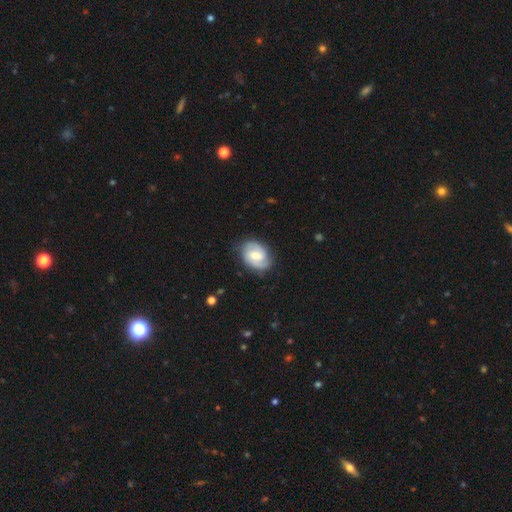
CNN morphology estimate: The model was most divided on "spiral winding": medium: 44%, tight: 39%, loose: 16%. More confident: edge-on disk — no (97%); spiral arms — yes (92%); spiral arm count — 2 (80%); merging — none (79%); smooth or featured — featured or disk (68%); bulge size — moderate (56%); bar — weak (55%).